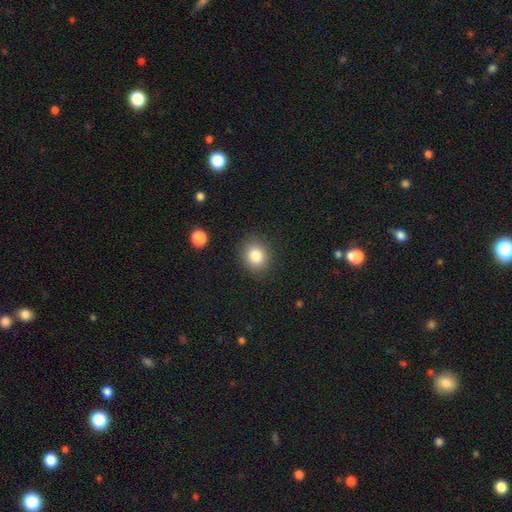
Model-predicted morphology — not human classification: Smooth or featured?
  - smooth: 83% *
  - star or artifact: 10%
  - featured or disk: 7%
How rounded?
  - round: 68% *
  - in between: 31%
  - cigar-shaped: 1%
Merging?
  - none: 87% *
  - minor disturbance: 9%
  - major disturbance: 3%
  - merger: 1%